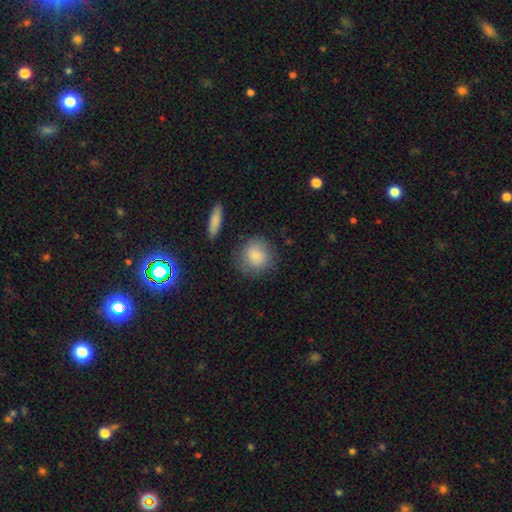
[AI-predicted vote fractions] smooth 85%, featured or disk 9%, star or artifact 7%. Down the decision tree: how rounded — round (85%); merging — none (76%).